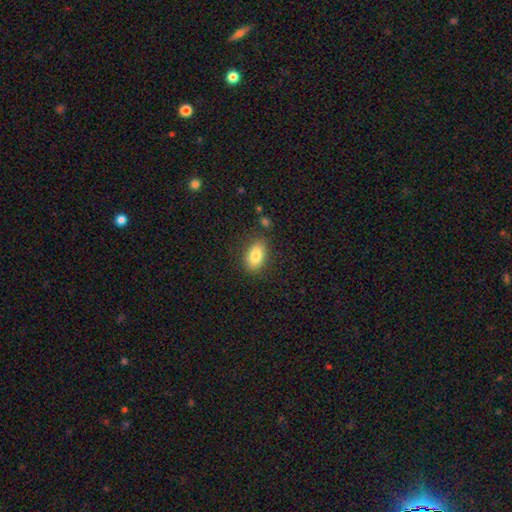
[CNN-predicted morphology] This appears to be a smooth galaxy with no disk features (83%) that is in between round and cigar-shaped (89%). Merging: none (83%).